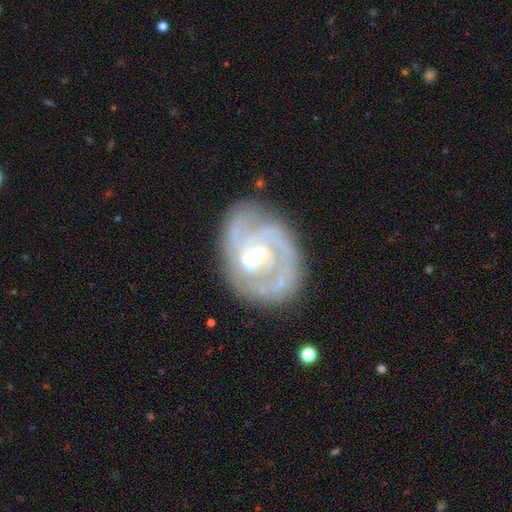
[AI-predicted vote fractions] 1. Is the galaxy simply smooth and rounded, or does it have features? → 86% featured or disk, 9% smooth, 6% star or artifact.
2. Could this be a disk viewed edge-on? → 97% no, 3% yes.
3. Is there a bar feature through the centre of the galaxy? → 52% weak, 31% strong, 18% no.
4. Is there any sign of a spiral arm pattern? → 93% yes, 7% no.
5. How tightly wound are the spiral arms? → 56% tight, 35% medium, 9% loose.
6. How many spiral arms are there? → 44% 2, 22% can't tell, 20% 3, 6% 1, 5% 4, 3% more than 4.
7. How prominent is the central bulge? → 53% moderate, 34% small, 7% large, 4% none, 1% dominant.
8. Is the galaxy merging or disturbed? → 70% none, 19% minor disturbance, 9% major disturbance, 2% merger.